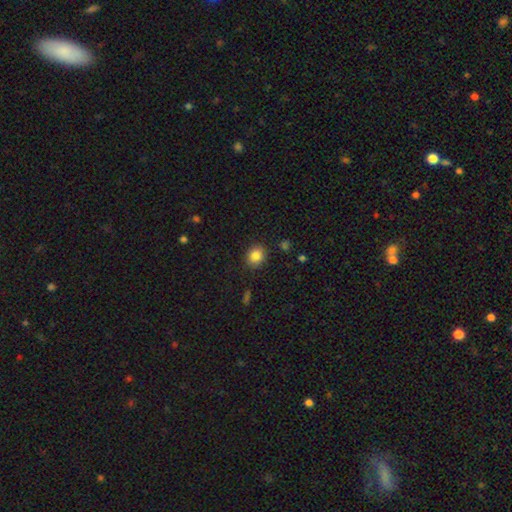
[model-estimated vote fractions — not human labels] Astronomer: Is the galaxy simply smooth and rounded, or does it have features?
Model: smooth — 85%.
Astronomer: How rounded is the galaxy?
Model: round — 65%.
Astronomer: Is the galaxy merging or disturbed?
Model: none — 87%.